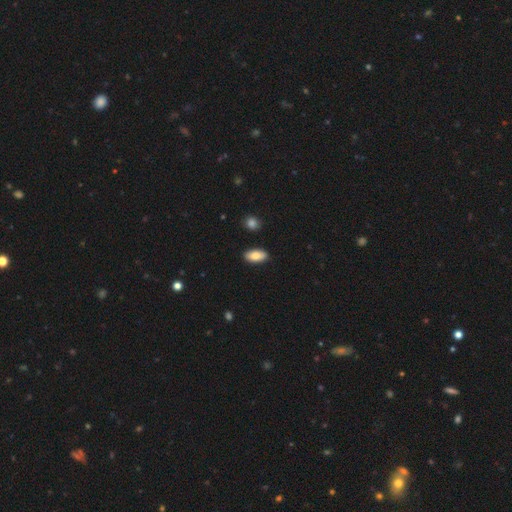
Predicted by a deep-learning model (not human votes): Smooth or featured?
  - smooth: 81% *
  - featured or disk: 12%
  - star or artifact: 6%
How rounded?
  - in between: 90% *
  - cigar-shaped: 7%
  - round: 3%
Merging?
  - none: 89% *
  - minor disturbance: 8%
  - merger: 2%
  - major disturbance: 2%